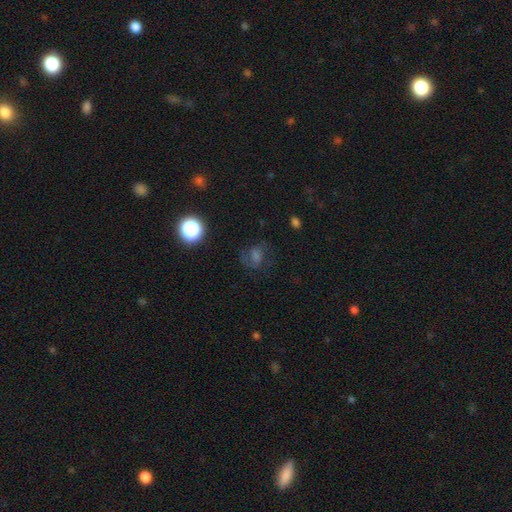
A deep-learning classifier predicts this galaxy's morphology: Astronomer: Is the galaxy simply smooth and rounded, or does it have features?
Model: featured or disk — 38% (runner-up: smooth, 33%).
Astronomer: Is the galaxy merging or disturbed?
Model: none — 66%.